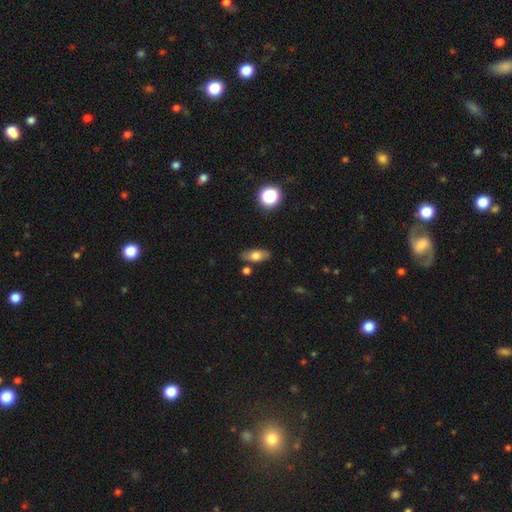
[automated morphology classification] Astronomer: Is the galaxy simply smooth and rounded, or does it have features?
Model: smooth — 68%.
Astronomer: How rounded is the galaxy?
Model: in between — 81%.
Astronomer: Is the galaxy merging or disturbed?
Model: none — 82%.